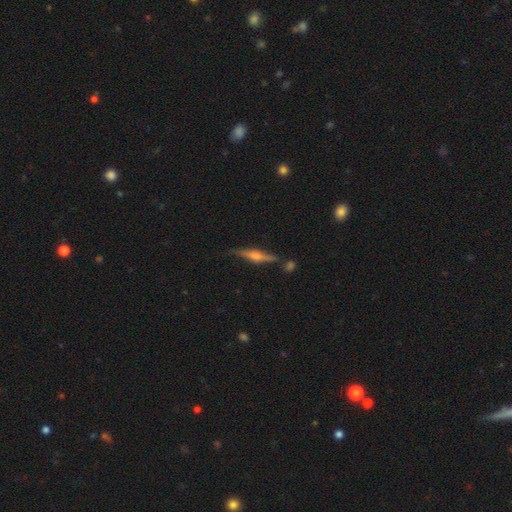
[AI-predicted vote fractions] This appears to be a featured or disk galaxy (76%) viewed edge-on (97%) with a rounded central bulge (82%). Merging: none (80%).